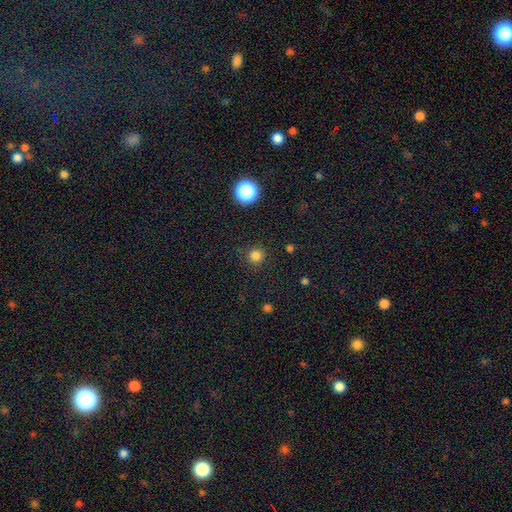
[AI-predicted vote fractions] Morphology: type=smooth (80%); roundness=round (95%); merging=none (90%).